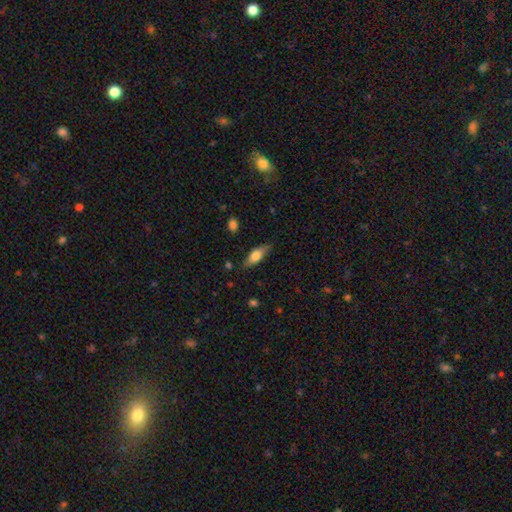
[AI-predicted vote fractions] Smooth or featured? smooth (64%)
How rounded? in between (67%)
Merging? none (80%)